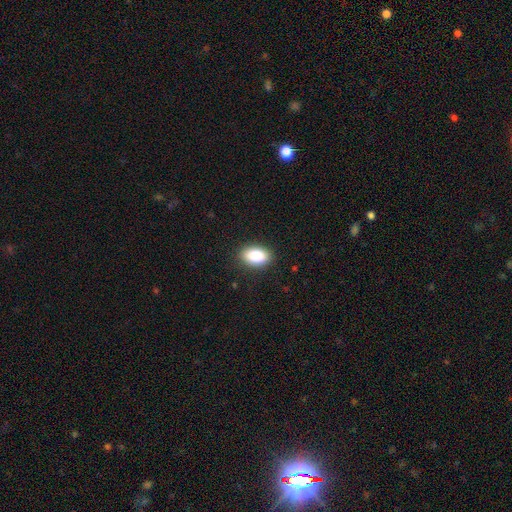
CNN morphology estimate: This appears to be a smooth galaxy with no disk features (89%) that is in between round and cigar-shaped (92%). Merging: none (88%).